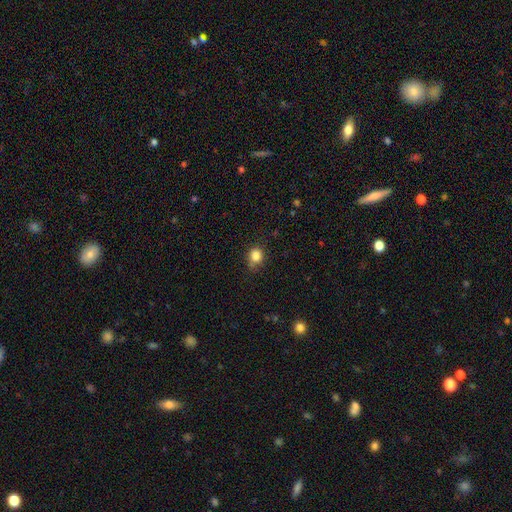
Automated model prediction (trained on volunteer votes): Smooth or featured?
  - smooth: 83% *
  - star or artifact: 12%
  - featured or disk: 5%
How rounded?
  - round: 78% *
  - in between: 21%
  - cigar-shaped: 1%
Merging?
  - none: 75% *
  - minor disturbance: 18%
  - major disturbance: 4%
  - merger: 3%